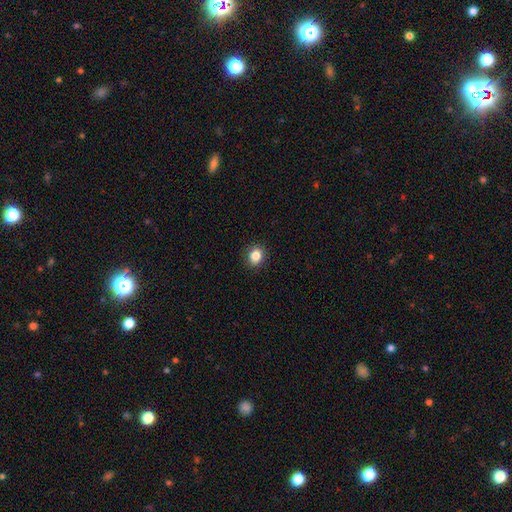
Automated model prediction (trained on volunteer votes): smooth_or_featured: smooth (p=0.85) [alt: star or artifact p=0.10]
how_rounded: round (p=0.66) [alt: in between p=0.33]
merging: none (p=0.90) [alt: minor disturbance p=0.07]